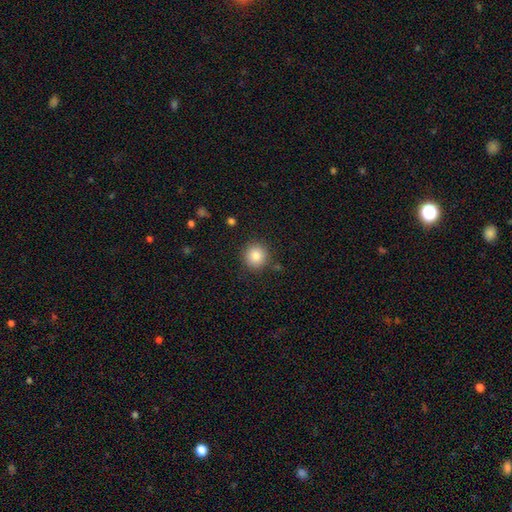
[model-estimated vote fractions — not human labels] A smooth galaxy with no disk features (84%) that is round (93%). Merging: none (88%).